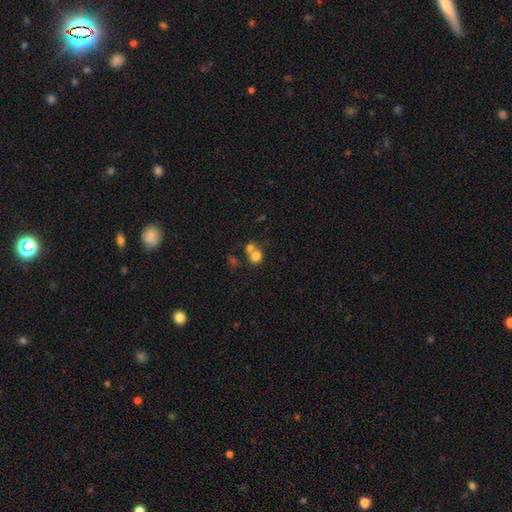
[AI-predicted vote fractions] A smooth galaxy with no disk features (76%) that is round (80%).

Vote fractions:
- Smooth or featured? smooth: 76% / star or artifact: 12% / featured or disk: 12%
- How rounded? round: 80% / in between: 19% / cigar-shaped: 1%
- Merging? merger: 49% / none: 40% / minor disturbance: 7% / major disturbance: 4%